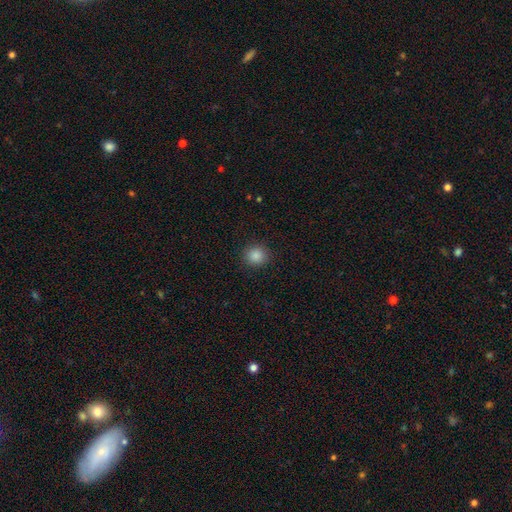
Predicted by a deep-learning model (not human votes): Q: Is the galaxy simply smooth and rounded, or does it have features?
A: smooth — 85%.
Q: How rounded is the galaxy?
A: round — 88%.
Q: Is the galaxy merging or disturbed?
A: none — 91%.